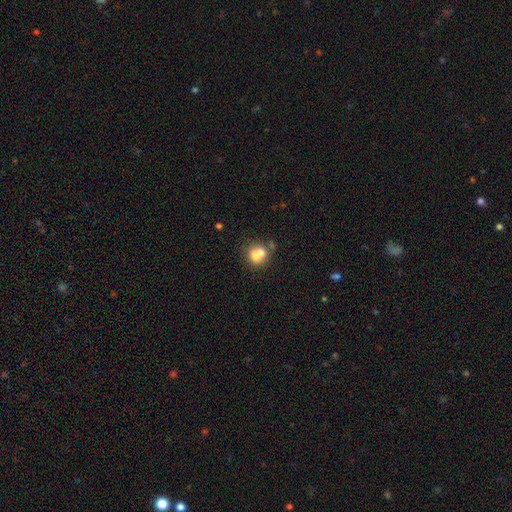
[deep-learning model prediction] Smooth or featured?
  - smooth: 69% *
  - featured or disk: 21%
  - star or artifact: 11%
How rounded?
  - round: 74% *
  - in between: 25%
  - cigar-shaped: 1%
Merging?
  - merger: 54% *
  - none: 33%
  - minor disturbance: 9%
  - major disturbance: 4%